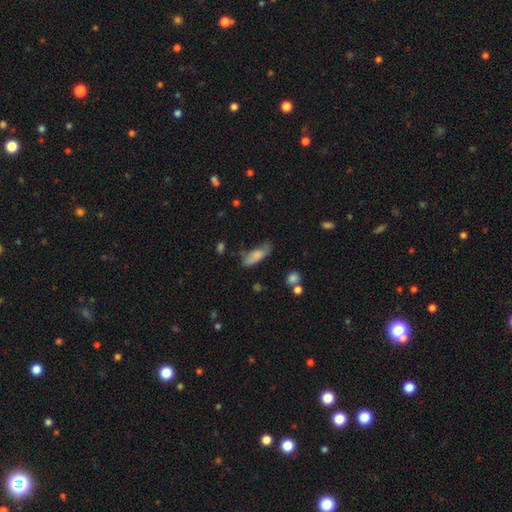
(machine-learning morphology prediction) Smooth or featured?
  - smooth: 78% *
  - featured or disk: 15%
  - star or artifact: 8%
How rounded?
  - in between: 66% *
  - cigar-shaped: 31%
  - round: 2%
Merging?
  - none: 48% *
  - minor disturbance: 33%
  - major disturbance: 14%
  - merger: 5%